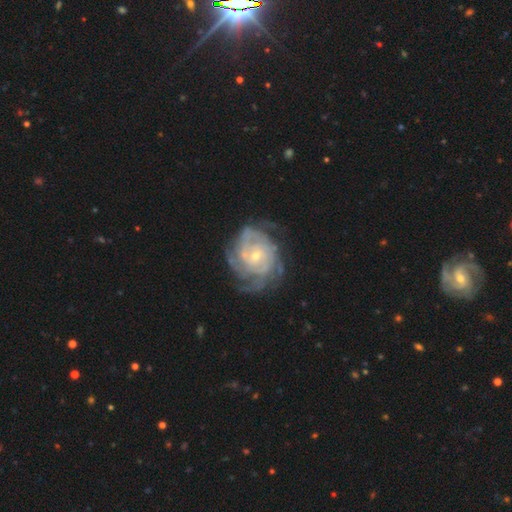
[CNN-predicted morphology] smooth-or-featured: featured or disk: 87% | smooth: 8% | star or artifact: 5%
  disk-edge-on: no: 97% | yes: 3%
    bar: no: 69% | weak: 25% | strong: 6%
    has-spiral-arms: yes: 95% | no: 5%
      spiral-winding: tight: 67% | medium: 27% | loose: 6%
      spiral-arm-count: can't tell: 33% | 3: 19% | 4: 18% | 2: 16% | more than 4: 7% | 1: 6%
    bulge-size: small: 66% | moderate: 30% | large: 2% | none: 1% | dominant: 1%
  merging: none: 62% | minor disturbance: 21% | major disturbance: 14% | merger: 2%